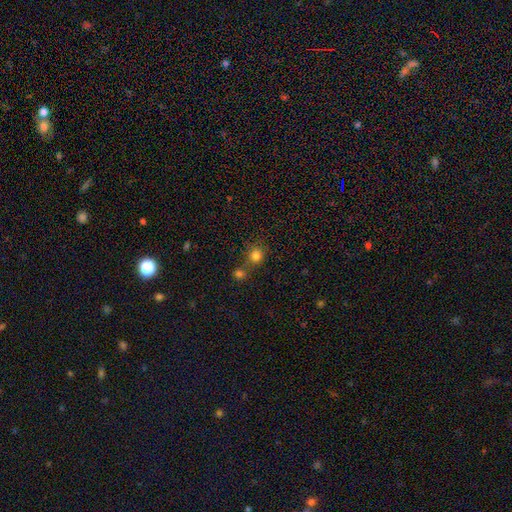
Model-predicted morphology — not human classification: Smooth or featured?
  - smooth: 80% *
  - star or artifact: 14%
  - featured or disk: 6%
How rounded?
  - round: 85% *
  - in between: 14%
  - cigar-shaped: 1%
Merging?
  - none: 59% *
  - merger: 27%
  - minor disturbance: 9%
  - major disturbance: 4%